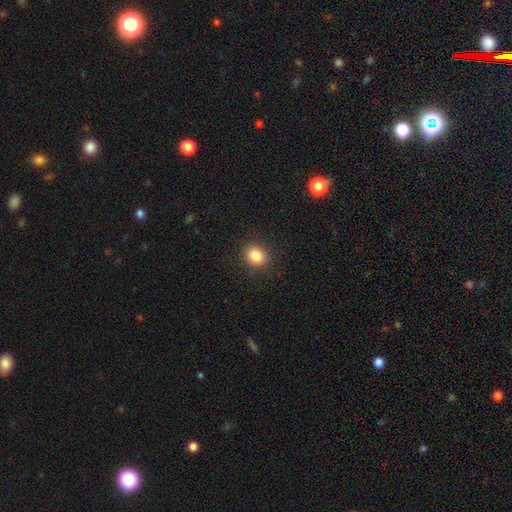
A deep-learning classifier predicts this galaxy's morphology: A smooth galaxy with no disk features (85%) that is round (71%). Merging: none (89%).